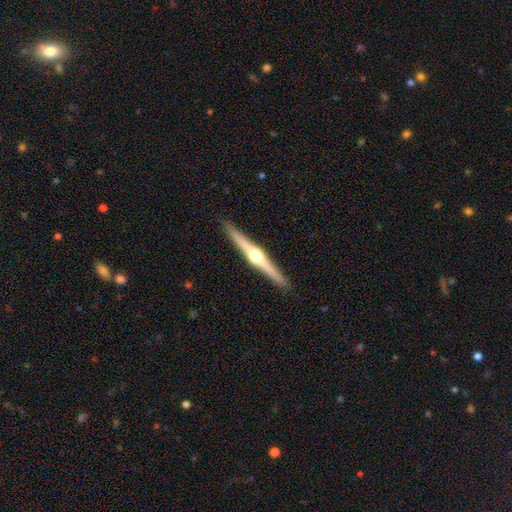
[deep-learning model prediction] A featured or disk galaxy (82%) viewed edge-on (99%) with a rounded central bulge (95%). Merging: none (92%).